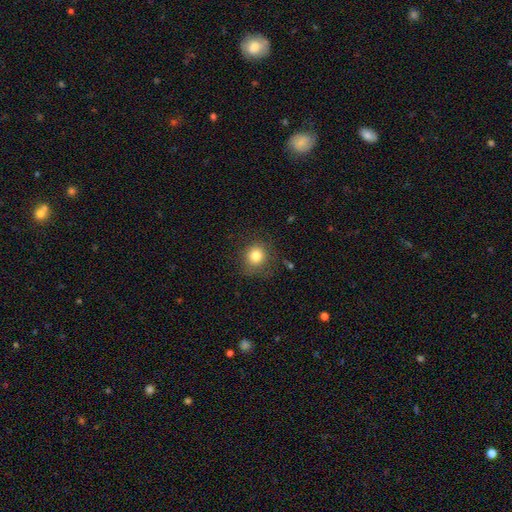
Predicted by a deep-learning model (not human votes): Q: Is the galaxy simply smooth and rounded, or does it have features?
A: smooth — 81%.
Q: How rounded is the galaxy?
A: round — 86%.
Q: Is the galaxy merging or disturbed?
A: none — 82%.